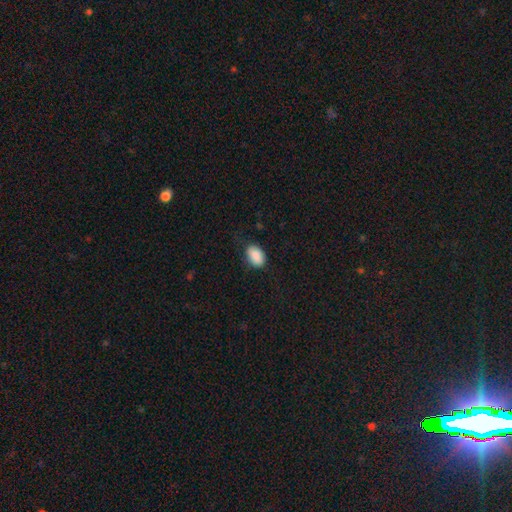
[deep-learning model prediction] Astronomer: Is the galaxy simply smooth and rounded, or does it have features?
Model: smooth — 87%.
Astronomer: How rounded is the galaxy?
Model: in between — 85%.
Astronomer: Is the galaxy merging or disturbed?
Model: none — 72%.